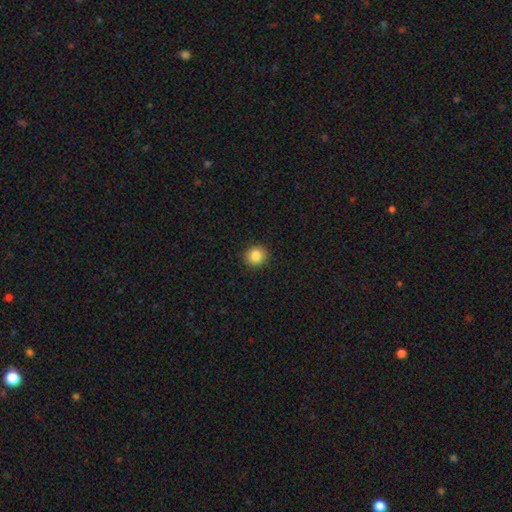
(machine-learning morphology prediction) Smooth or featured?
  - smooth: 85% *
  - star or artifact: 10%
  - featured or disk: 6%
How rounded?
  - round: 89% *
  - in between: 10%
  - cigar-shaped: 1%
Merging?
  - none: 92% *
  - minor disturbance: 5%
  - major disturbance: 2%
  - merger: 1%